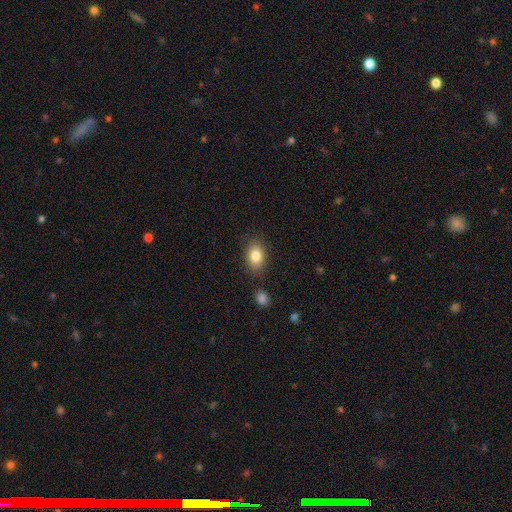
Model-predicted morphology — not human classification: type=smooth (83%); roundness=in between (82%); merging=none (83%).